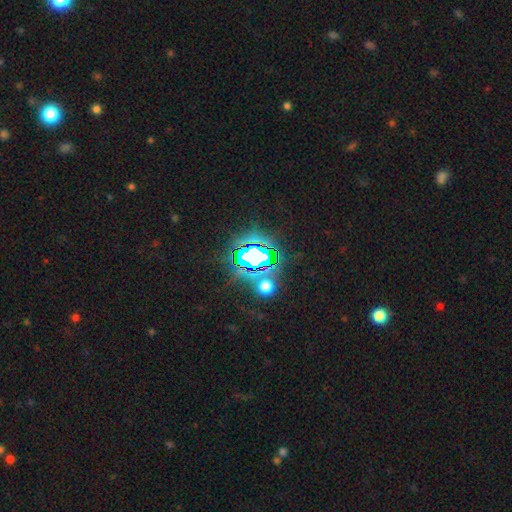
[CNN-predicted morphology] star or artifact 73%, smooth 16%, featured or disk 12%.